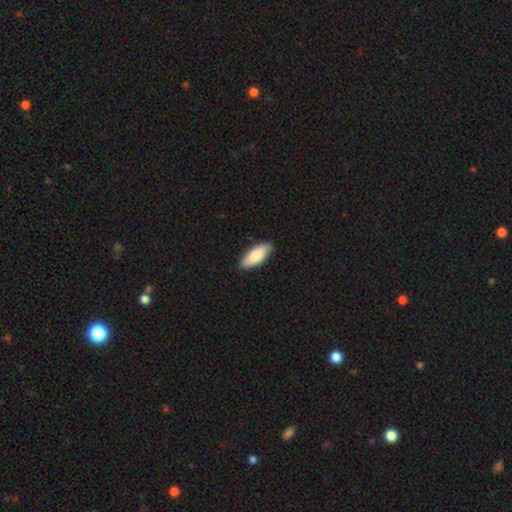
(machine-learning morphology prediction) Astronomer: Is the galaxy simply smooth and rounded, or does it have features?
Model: smooth — 83%.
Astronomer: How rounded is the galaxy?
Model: in between — 79%.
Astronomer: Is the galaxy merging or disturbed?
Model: none — 86%.